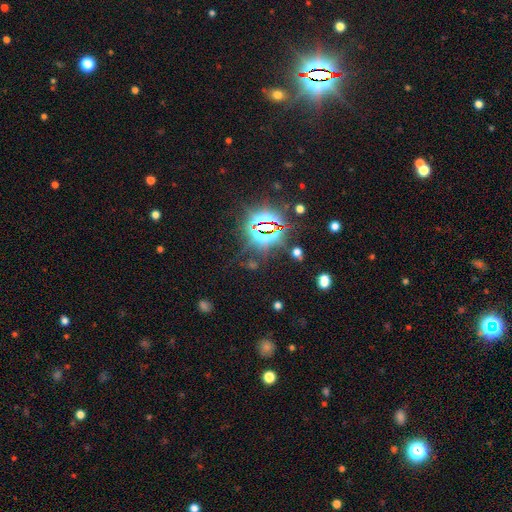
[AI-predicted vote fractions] smooth_or_featured: star or artifact (p=0.83) [alt: smooth p=0.10]